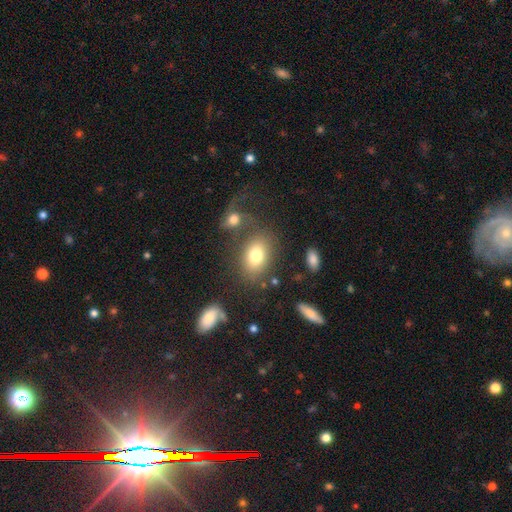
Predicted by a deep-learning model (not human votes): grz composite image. It shows a smooth galaxy with no disk features (76%) that is in between round and cigar-shaped (77%). Merging: none (64%).